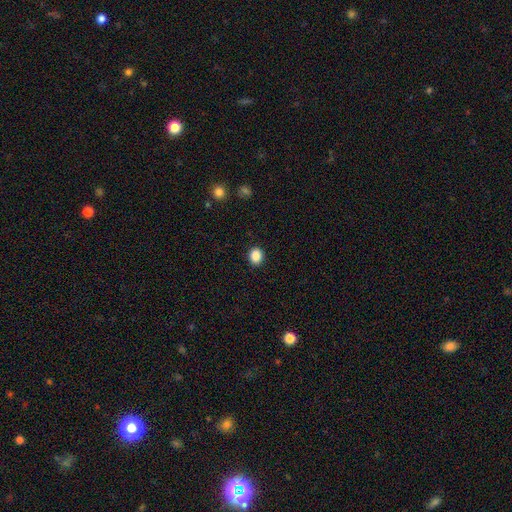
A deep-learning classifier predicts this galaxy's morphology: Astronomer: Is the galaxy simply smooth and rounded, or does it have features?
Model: smooth — 88%.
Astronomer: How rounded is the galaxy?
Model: round — 61% (runner-up: in between, 39%).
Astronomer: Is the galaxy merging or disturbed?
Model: none — 91%.